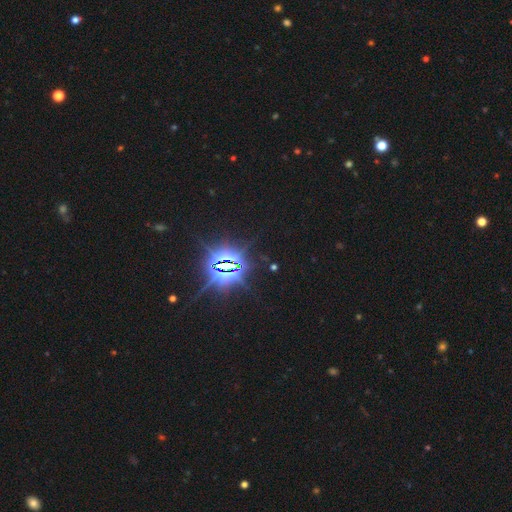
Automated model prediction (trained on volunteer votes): Morphology: type=star or artifact (86%).